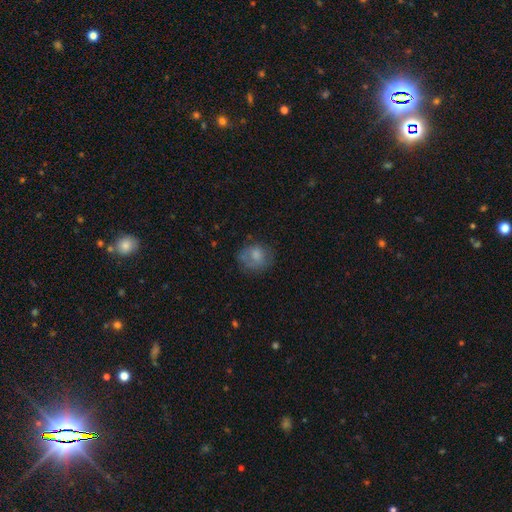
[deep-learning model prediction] A smooth galaxy with no disk features (73%) that is round (75%). Merging: none (61%).